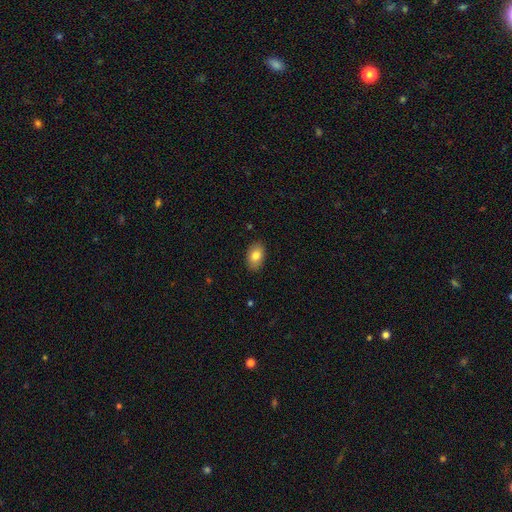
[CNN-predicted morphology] A smooth galaxy with no disk features (82%) that is in between round and cigar-shaped (88%). Merging: none (88%).